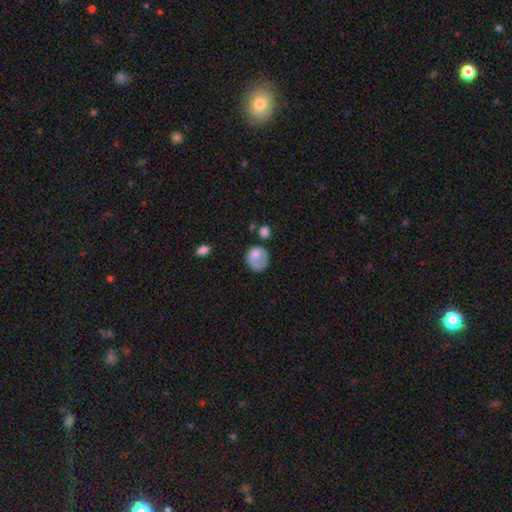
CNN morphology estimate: Q: Smooth or featured?
A: smooth (70%); runner-up: featured or disk (22%)
Q: How rounded?
A: round (64%); runner-up: in between (35%)
Q: Merging?
A: none (38%); runner-up: major disturbance (28%)